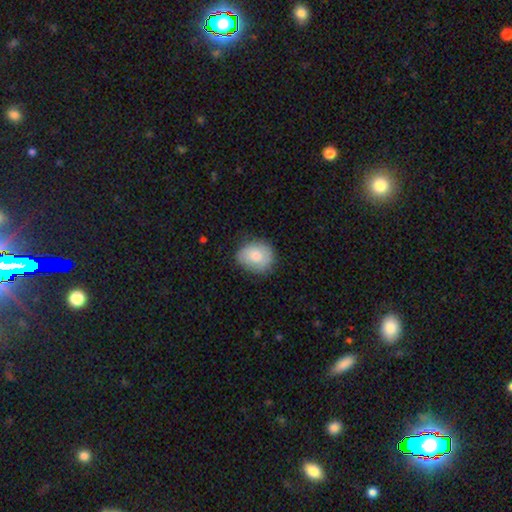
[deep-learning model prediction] Smooth or featured? smooth (79%)
How rounded? round (57%)
Merging? none (75%)